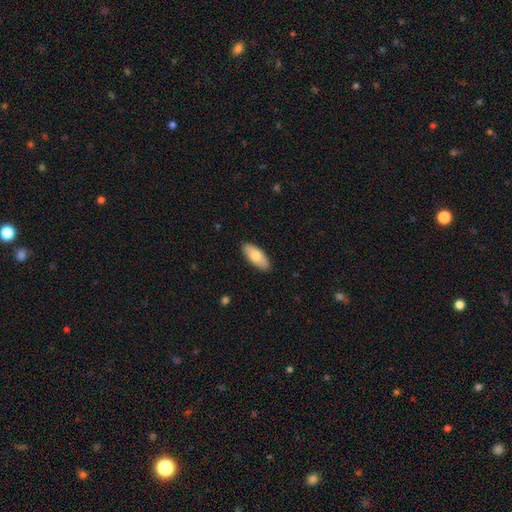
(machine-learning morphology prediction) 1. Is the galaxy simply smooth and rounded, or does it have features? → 77% smooth, 18% featured or disk, 6% star or artifact.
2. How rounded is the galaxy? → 82% in between, 16% cigar-shaped, 2% round.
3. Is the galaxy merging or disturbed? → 88% none, 9% minor disturbance, 2% major disturbance, 1% merger.